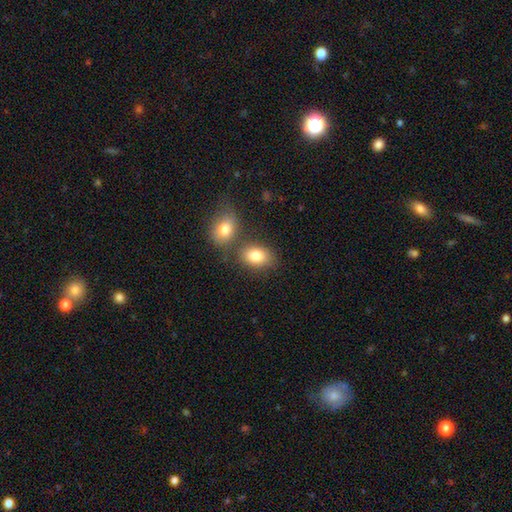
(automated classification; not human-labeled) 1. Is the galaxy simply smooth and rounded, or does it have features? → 83% smooth, 9% star or artifact, 9% featured or disk.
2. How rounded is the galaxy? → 77% in between, 22% round, 1% cigar-shaped.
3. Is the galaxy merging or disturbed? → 60% none, 25% merger, 11% minor disturbance, 4% major disturbance.